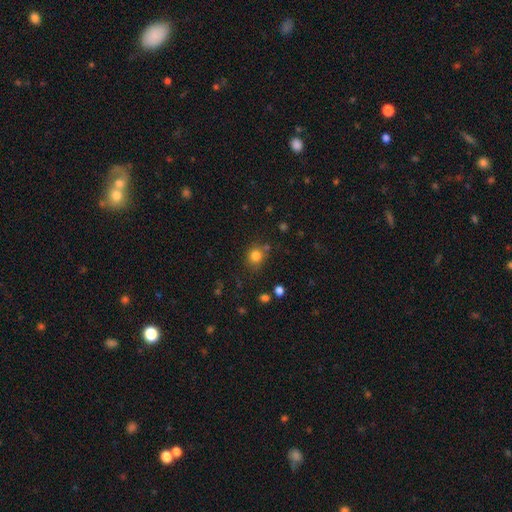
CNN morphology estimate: Smooth or featured? smooth (81%)
How rounded? round (80%)
Merging? none (73%)